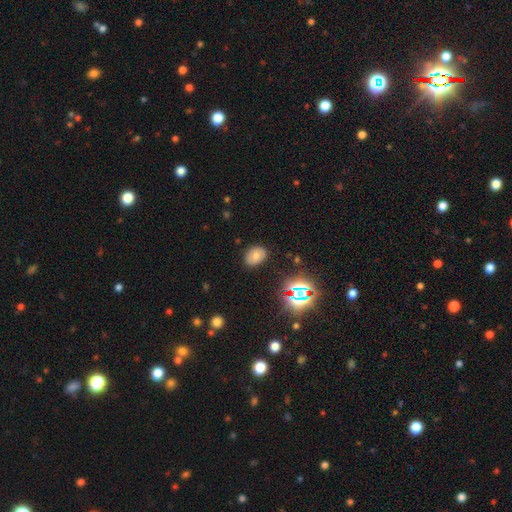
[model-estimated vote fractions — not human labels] Overall: smooth (65%). How rounded: in between (70%). Merging: none (83%).